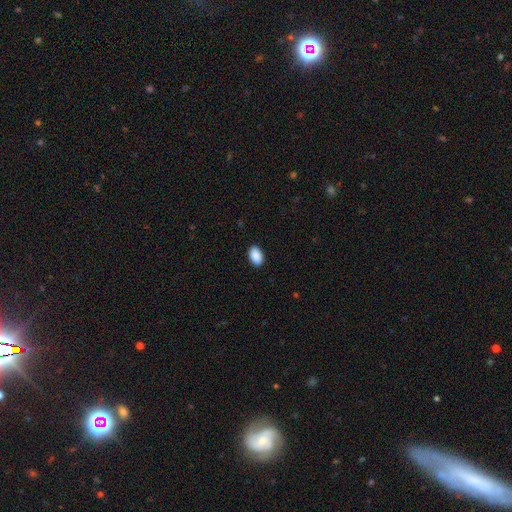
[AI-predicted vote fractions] Smooth or featured? smooth (91%)
How rounded? in between (92%)
Merging? none (89%)